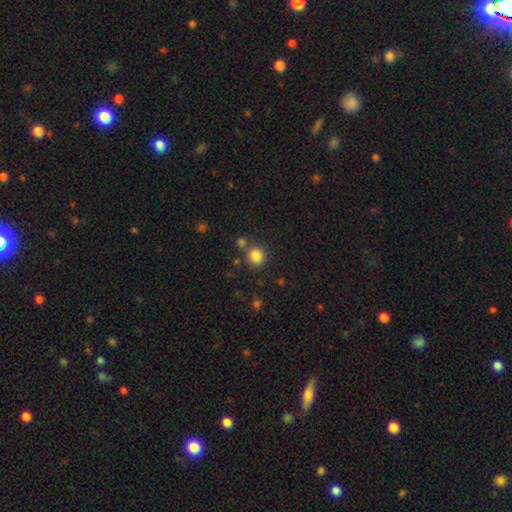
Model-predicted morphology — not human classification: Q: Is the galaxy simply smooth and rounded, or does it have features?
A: smooth — 84%.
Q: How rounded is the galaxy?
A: round — 88%.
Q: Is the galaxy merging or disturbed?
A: none — 76%.